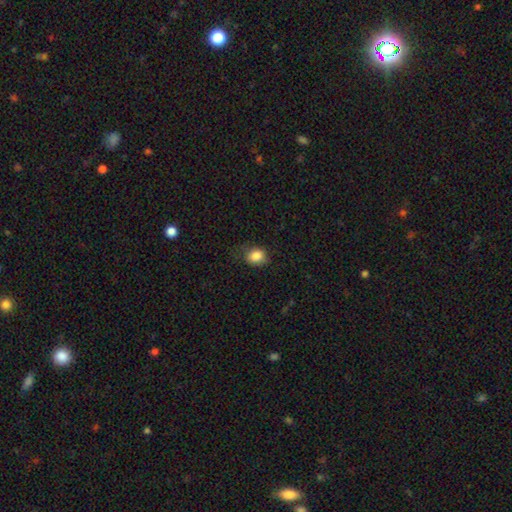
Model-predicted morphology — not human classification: Smooth or featured?
  - smooth: 84% *
  - star or artifact: 9%
  - featured or disk: 6%
How rounded?
  - round: 53% *
  - in between: 46%
  - cigar-shaped: 1%
Merging?
  - none: 69% *
  - minor disturbance: 23%
  - major disturbance: 7%
  - merger: 1%